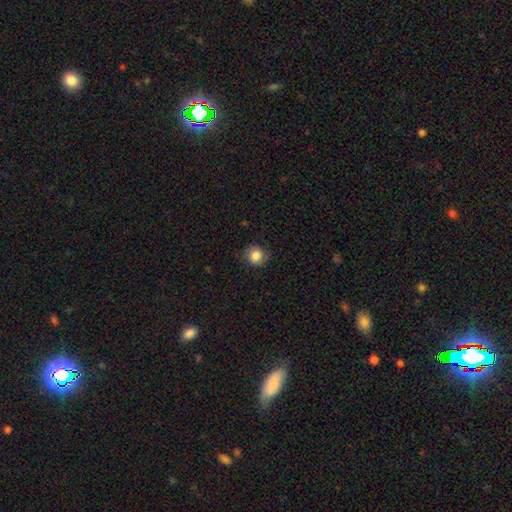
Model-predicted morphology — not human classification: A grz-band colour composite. It shows a smooth galaxy with no disk features (83%) that is round (85%). Merging: none (80%).